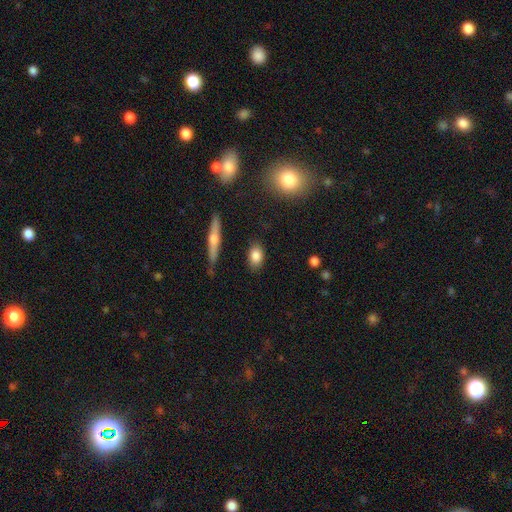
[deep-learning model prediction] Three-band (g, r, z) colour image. It shows a smooth galaxy with no disk features (82%) that is in between round and cigar-shaped (78%). Merging: none (83%).